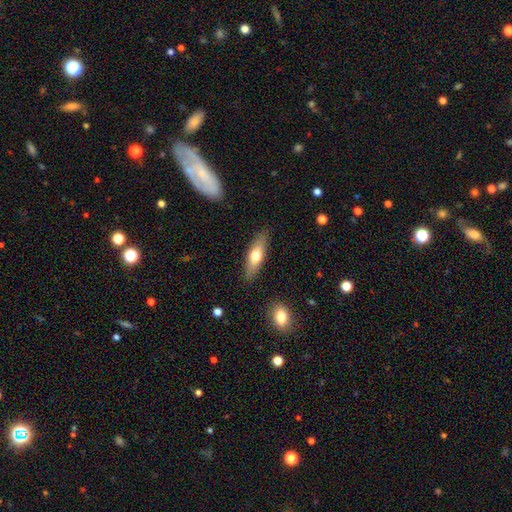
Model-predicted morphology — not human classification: Smooth or featured?
  - smooth: 63% *
  - featured or disk: 32%
  - star or artifact: 6%
How rounded?
  - in between: 49% *
  - cigar-shaped: 48%
  - round: 3%
Merging?
  - none: 87% *
  - minor disturbance: 10%
  - major disturbance: 2%
  - merger: 1%